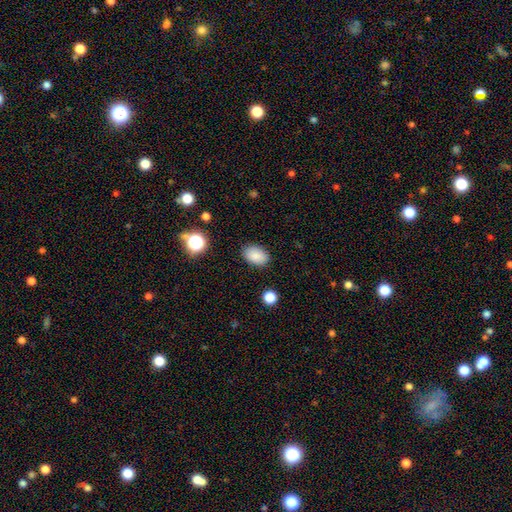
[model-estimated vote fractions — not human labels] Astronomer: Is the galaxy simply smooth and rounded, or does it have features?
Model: smooth — 87%.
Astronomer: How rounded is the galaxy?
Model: in between — 86%.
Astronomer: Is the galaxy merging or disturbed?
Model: none — 86%.